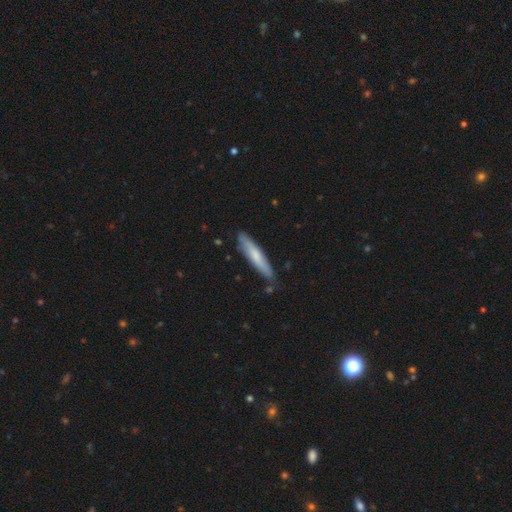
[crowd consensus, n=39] A smooth galaxy with no disk features (69%) that is cigar-shaped (93%). Merging: none (87%).